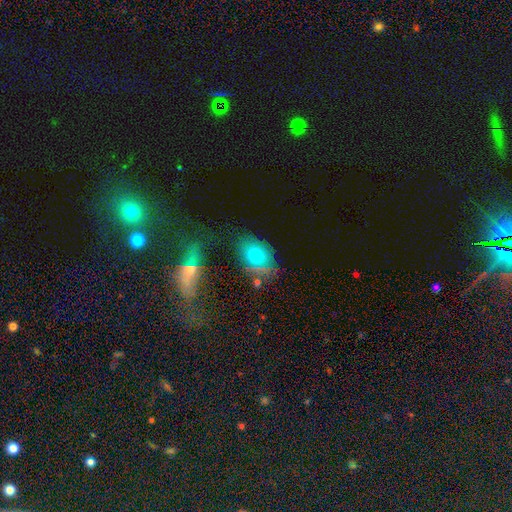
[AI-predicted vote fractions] A smooth galaxy with no disk features (71%) that is in between round and cigar-shaped (75%).

Vote fractions:
- Smooth or featured? smooth: 71% / star or artifact: 15% / featured or disk: 14%
- How rounded? in between: 75% / round: 22% / cigar-shaped: 2%
- Merging? none: 61% / minor disturbance: 22% / major disturbance: 10% / merger: 8%